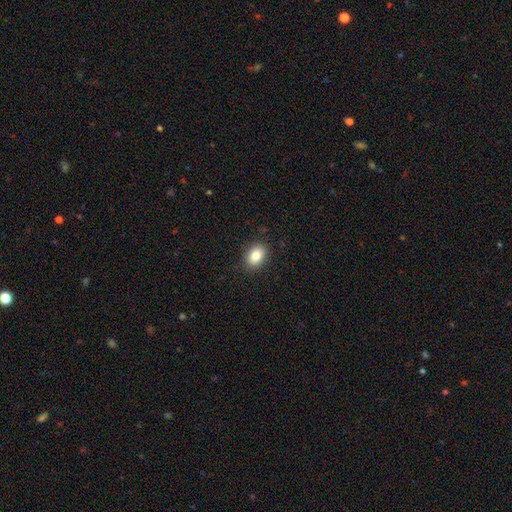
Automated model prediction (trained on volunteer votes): Smooth or featured? smooth (85%)
How rounded? in between (76%)
Merging? none (88%)